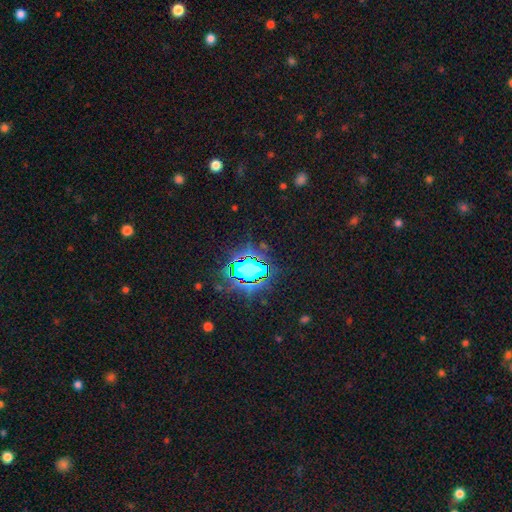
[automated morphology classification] smooth_or_featured: star or artifact (p=0.81) [alt: smooth p=0.12]